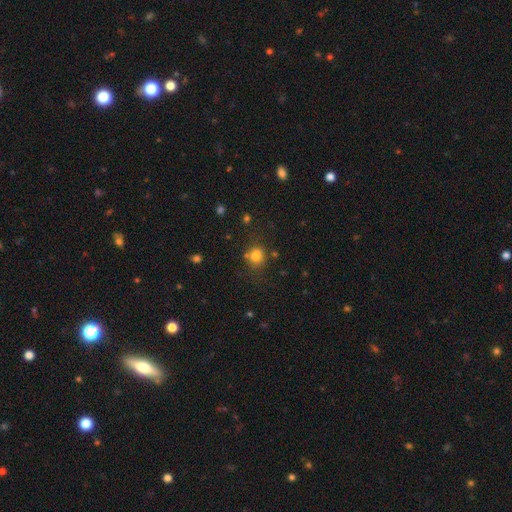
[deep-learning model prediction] smooth-or-featured: smooth: 79% | star or artifact: 14% | featured or disk: 7%
  how-rounded: round: 71% | in between: 28% | cigar-shaped: 1%
  merging: none: 66% | minor disturbance: 16% | merger: 12% | major disturbance: 6%